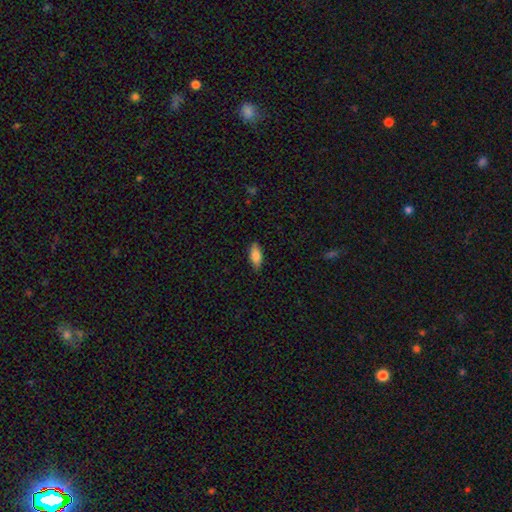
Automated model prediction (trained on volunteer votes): Smooth or featured: smooth — 83% (featured or disk — 10%)
How rounded: in between — 82% (cigar-shaped — 16%)
Merging: none — 85% (minor disturbance — 12%)